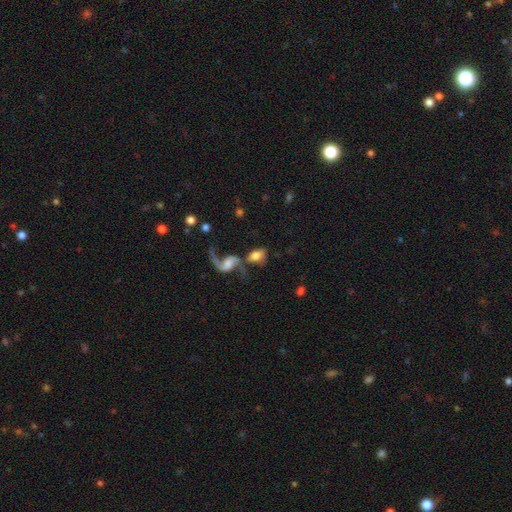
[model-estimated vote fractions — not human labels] Smooth or featured?
  - smooth: 46% *
  - featured or disk: 44%
  - star or artifact: 9%
Merging?
  - merger: 43% *
  - none: 31%
  - major disturbance: 14%
  - minor disturbance: 12%